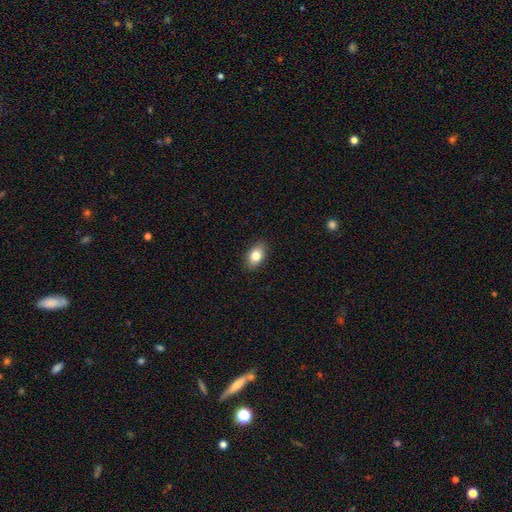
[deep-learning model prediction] Morphology: type=smooth (82%); roundness=in between (88%); merging=none (87%).